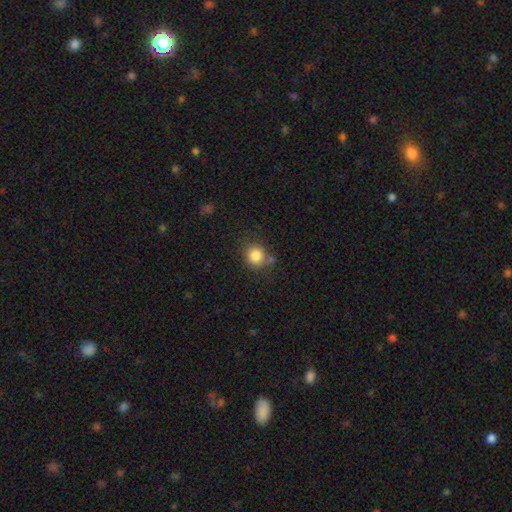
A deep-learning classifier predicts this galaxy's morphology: A smooth galaxy with no disk features (84%) that is round (85%). Merging: none (73%).